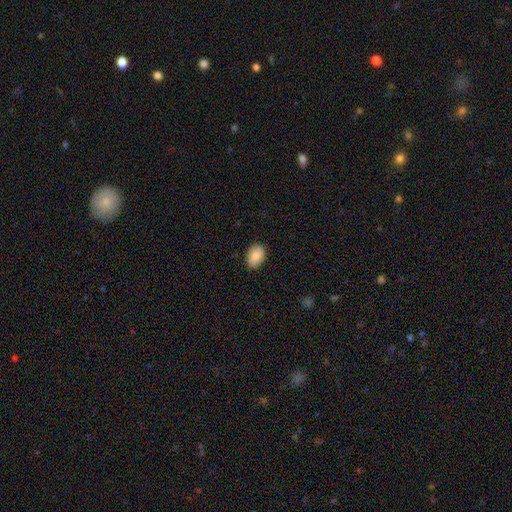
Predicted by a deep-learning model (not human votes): Smooth or featured? Predicted: smooth (p=0.85). How rounded? Predicted: in between (p=0.82). Merging? Predicted: none (p=0.86).